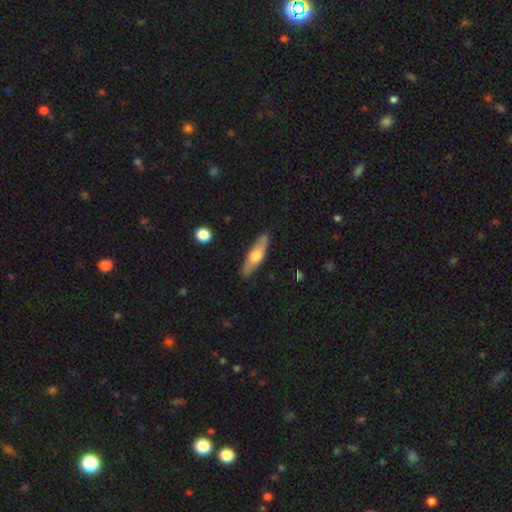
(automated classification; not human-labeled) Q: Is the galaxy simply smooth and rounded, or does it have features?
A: smooth — 52%.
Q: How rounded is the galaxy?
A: cigar-shaped — 66%.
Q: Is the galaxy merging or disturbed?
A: none — 87%.